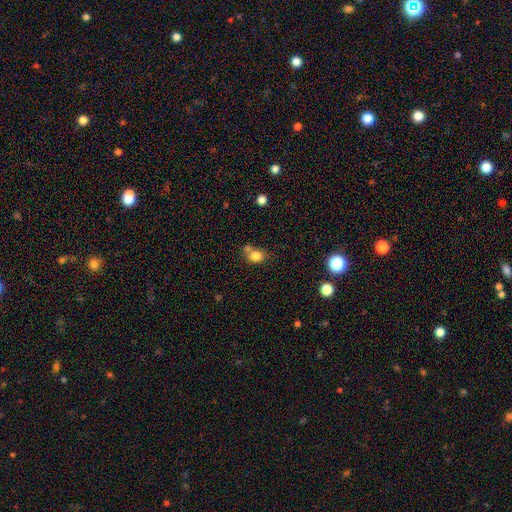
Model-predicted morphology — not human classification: Q: Smooth or featured?
A: smooth (81%); runner-up: star or artifact (11%)
Q: How rounded?
A: round (58%); runner-up: in between (41%)
Q: Merging?
A: none (47%); runner-up: merger (32%)